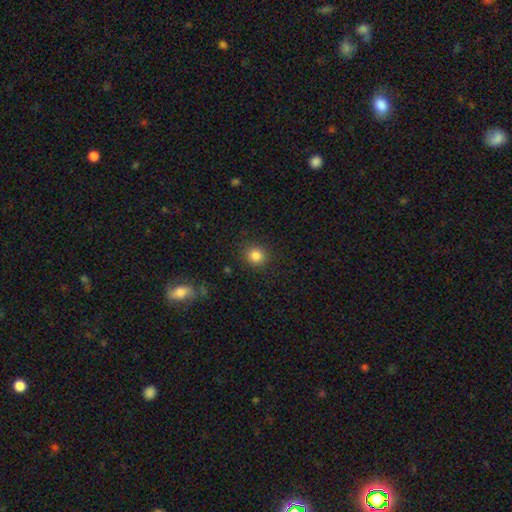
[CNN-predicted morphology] Smooth or featured? smooth (85%)
How rounded? round (87%)
Merging? none (89%)